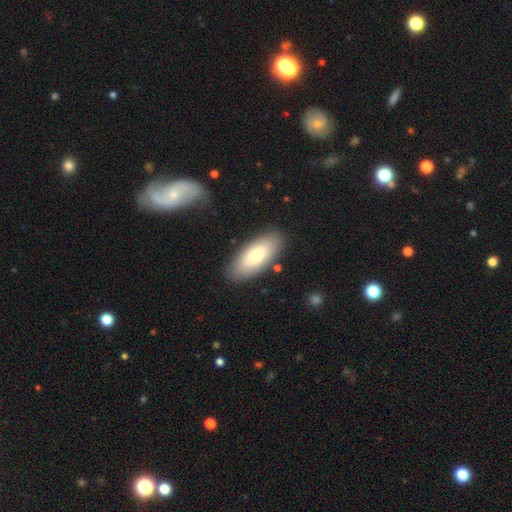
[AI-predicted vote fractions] Smooth or featured? Predicted: smooth (p=0.76). How rounded? Predicted: in between (p=0.88). Merging? Predicted: none (p=0.85).